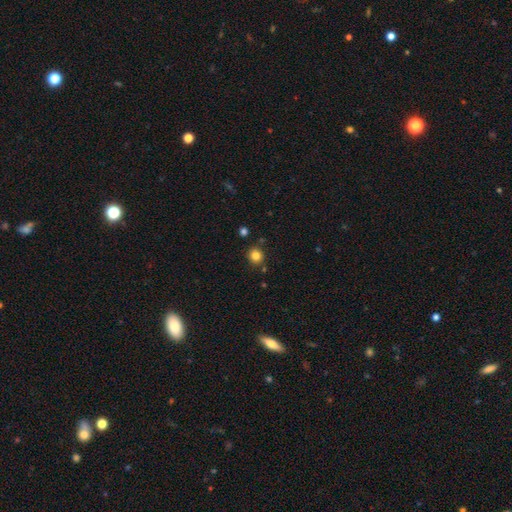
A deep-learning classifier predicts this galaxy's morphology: A smooth galaxy with no disk features (82%) that is round (89%).

Vote fractions:
- Smooth or featured? smooth: 82% / star or artifact: 13% / featured or disk: 5%
- How rounded? round: 89% / in between: 10% / cigar-shaped: 1%
- Merging? none: 86% / minor disturbance: 8% / merger: 4% / major disturbance: 2%